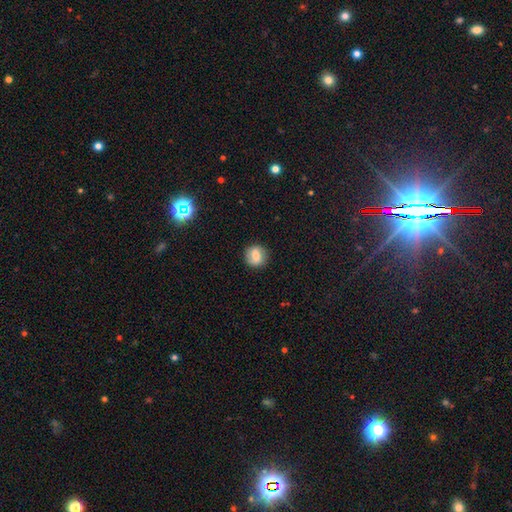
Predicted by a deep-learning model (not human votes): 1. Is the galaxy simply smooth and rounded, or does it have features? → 65% smooth, 25% featured or disk, 10% star or artifact.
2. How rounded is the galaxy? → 82% round, 17% in between, 1% cigar-shaped.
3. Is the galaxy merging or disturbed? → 85% none, 11% minor disturbance, 3% major disturbance, 1% merger.